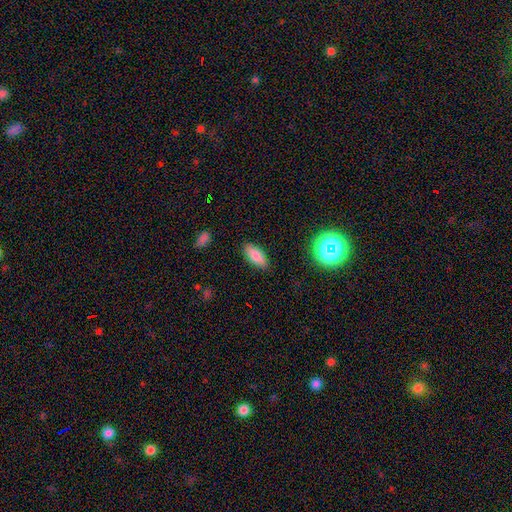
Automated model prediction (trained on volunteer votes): Smooth or featured? smooth (82%)
How rounded? in between (80%)
Merging? none (87%)